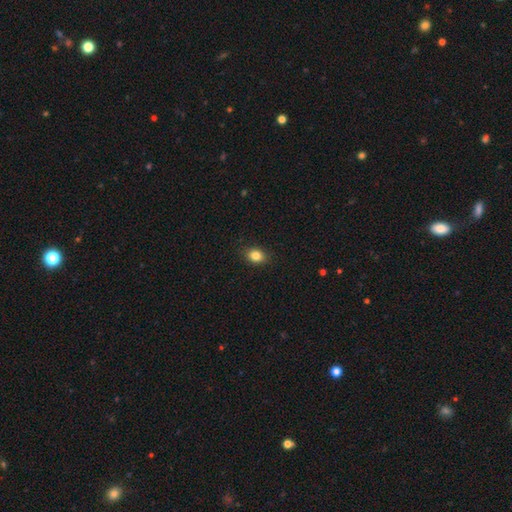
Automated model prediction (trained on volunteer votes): smooth 84%, star or artifact 10%, featured or disk 6%. Down the decision tree: how rounded — in between (58%); merging — none (88%).